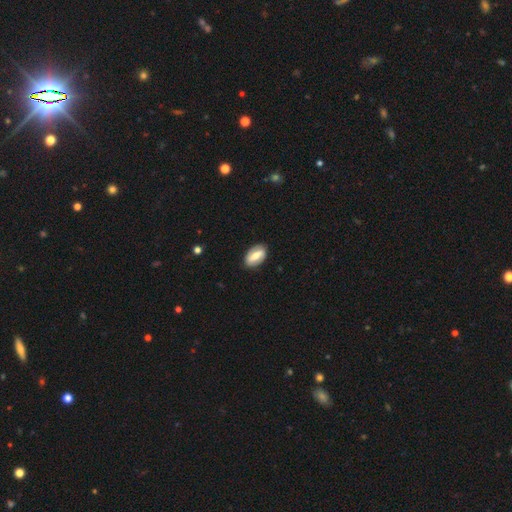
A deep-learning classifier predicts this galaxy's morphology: The model was most divided on "smooth or featured": smooth: 50%, featured or disk: 44%, star or artifact: 6%. More confident: merging — none (85%).